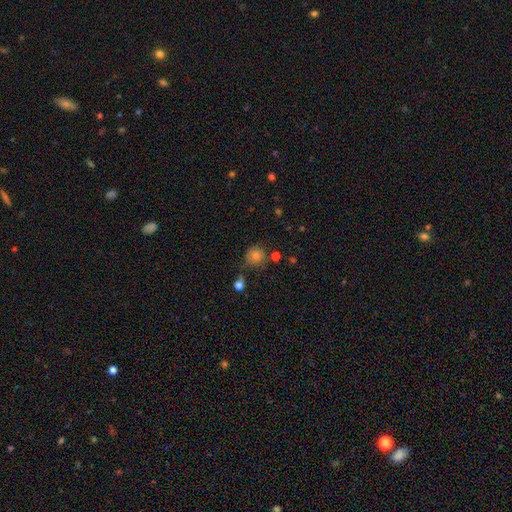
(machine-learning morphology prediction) This appears to be a smooth galaxy with no disk features (71%) that is round (87%). Merging: none (65%).